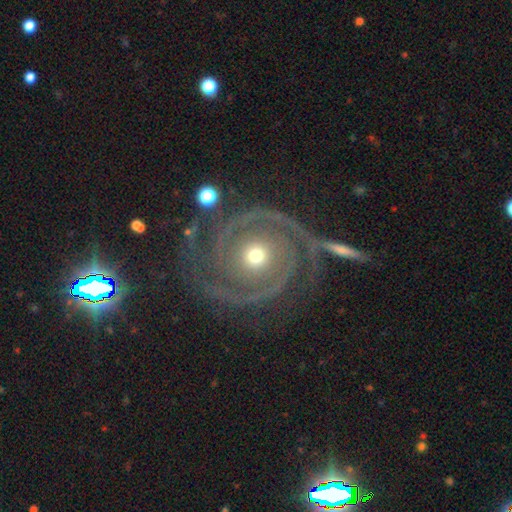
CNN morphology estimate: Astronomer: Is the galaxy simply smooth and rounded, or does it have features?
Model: featured or disk — 85%.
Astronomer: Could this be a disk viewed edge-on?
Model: no — 97%.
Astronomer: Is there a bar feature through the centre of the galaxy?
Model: no — 81%.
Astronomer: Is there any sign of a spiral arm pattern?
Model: yes — 91%.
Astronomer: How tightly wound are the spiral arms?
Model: tight — 62%.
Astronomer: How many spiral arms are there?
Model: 2 — 52%.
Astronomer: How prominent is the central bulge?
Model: small — 49% (runner-up: moderate, 44%).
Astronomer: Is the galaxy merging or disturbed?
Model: none — 66%.